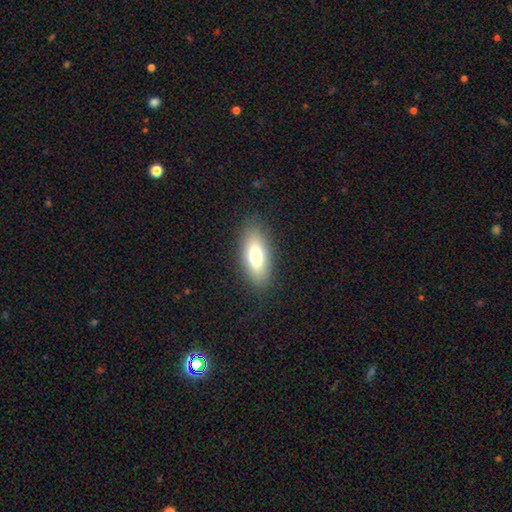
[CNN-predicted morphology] smooth-or-featured: smooth: 76% | featured or disk: 16% | star or artifact: 7%
  how-rounded: in between: 78% | cigar-shaped: 19% | round: 3%
  merging: none: 86% | minor disturbance: 10% | major disturbance: 3% | merger: 1%